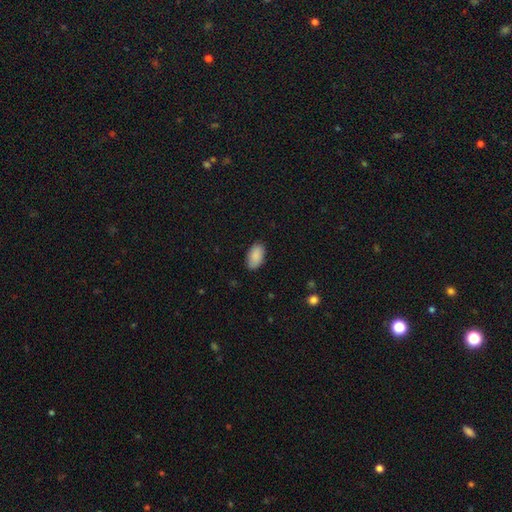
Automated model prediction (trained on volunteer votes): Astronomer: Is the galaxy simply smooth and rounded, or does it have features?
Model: smooth — 90%.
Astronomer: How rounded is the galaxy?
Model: in between — 95%.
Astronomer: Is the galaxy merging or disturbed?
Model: none — 86%.